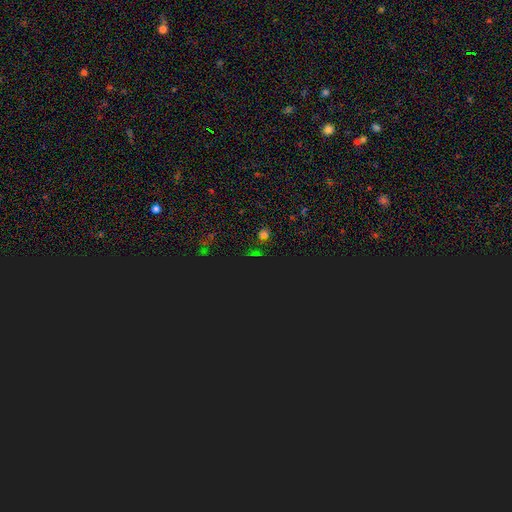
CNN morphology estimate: A star or artifact, not a galaxy (72%).